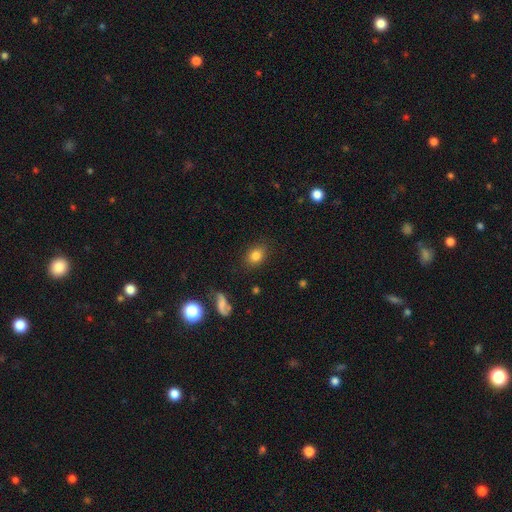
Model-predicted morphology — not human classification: Smooth or featured?
  - smooth: 82% *
  - star or artifact: 10%
  - featured or disk: 8%
How rounded?
  - in between: 63% *
  - round: 36%
  - cigar-shaped: 2%
Merging?
  - none: 84% *
  - minor disturbance: 11%
  - major disturbance: 3%
  - merger: 2%